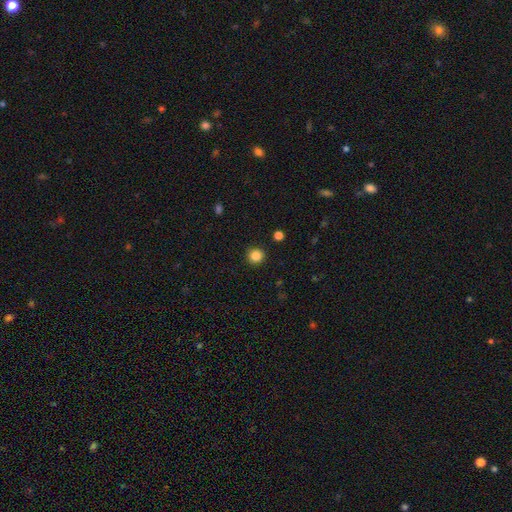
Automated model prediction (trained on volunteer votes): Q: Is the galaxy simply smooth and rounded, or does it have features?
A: smooth — 85%.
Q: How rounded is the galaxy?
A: round — 95%.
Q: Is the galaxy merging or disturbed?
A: none — 92%.